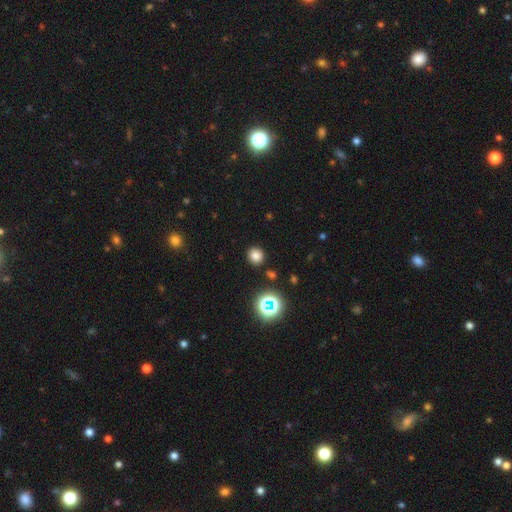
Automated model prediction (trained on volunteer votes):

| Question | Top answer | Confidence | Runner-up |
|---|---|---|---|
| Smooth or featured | smooth | 78% | star or artifact (17%) |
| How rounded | round | 85% | in between (14%) |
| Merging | none | 88% | minor disturbance (7%) |